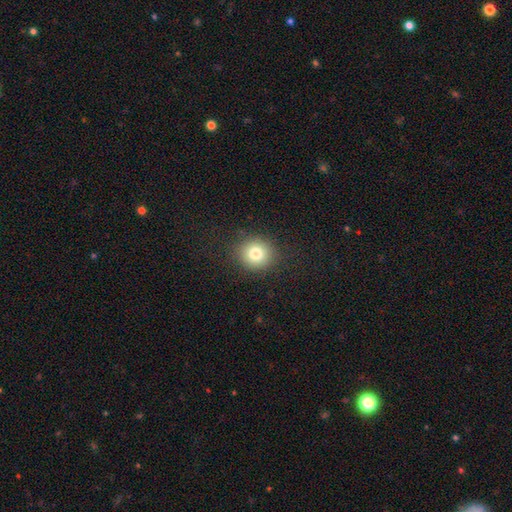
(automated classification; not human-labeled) The model was most divided on "smooth or featured": smooth: 80%, star or artifact: 11%, featured or disk: 9%. More confident: merging — none (89%); how rounded — round (85%).